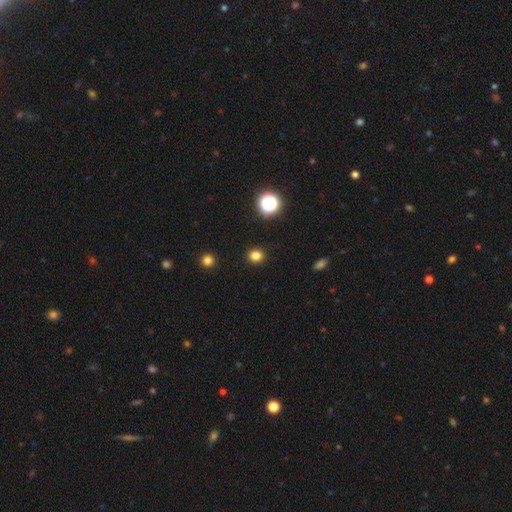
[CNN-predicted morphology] The model was most divided on "how rounded": round: 78%, in between: 21%, cigar-shaped: 1%. More confident: merging — none (91%); smooth or featured — smooth (81%).